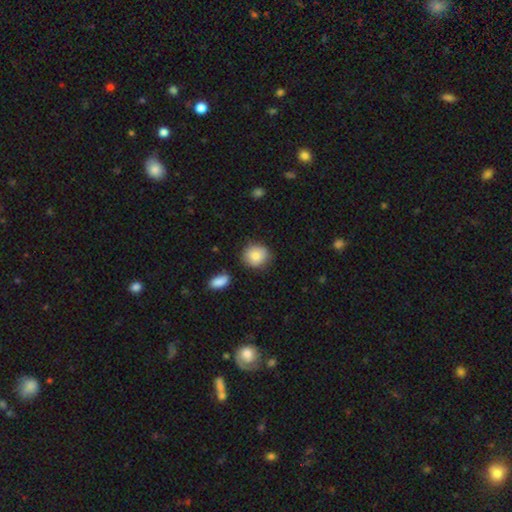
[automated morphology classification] Smooth or featured? Predicted: smooth (p=0.83). How rounded? Predicted: round (p=0.81). Merging? Predicted: none (p=0.80).